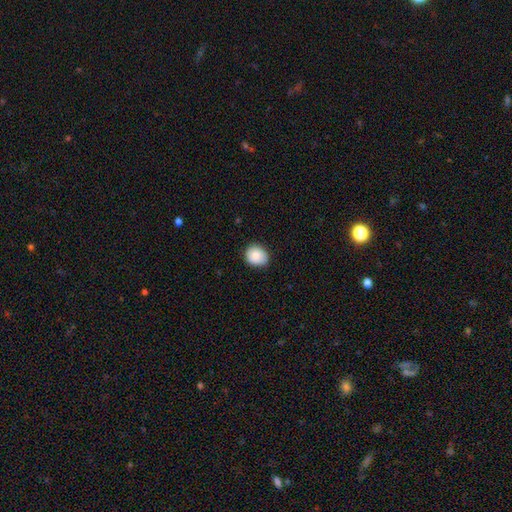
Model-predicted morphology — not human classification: A smooth galaxy with no disk features (83%) that is round (69%). Merging: none (80%).